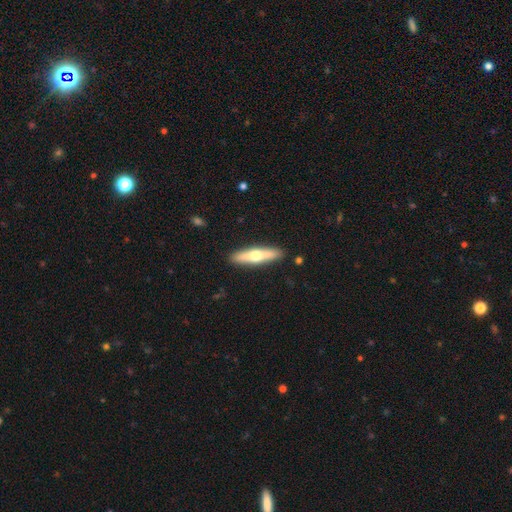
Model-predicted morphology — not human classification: This is possibly a smooth galaxy (51%). How rounded: likely cigar-shaped (79%). Merging: clearly none (90%).